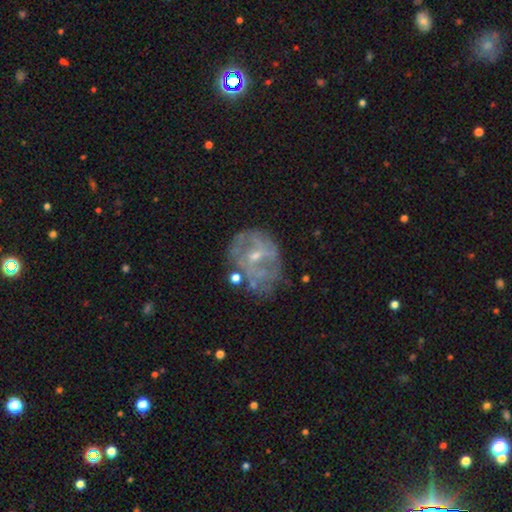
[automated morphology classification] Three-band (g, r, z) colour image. It shows a featured or disk galaxy (69%) with no bar (46%), no spiral arms (54%) and a small central bulge (62%). Merging: none (49%).